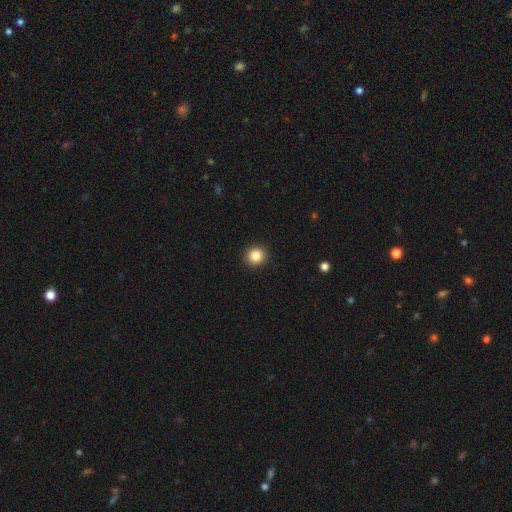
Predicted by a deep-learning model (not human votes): Morphology: type=smooth (86%); roundness=round (92%); merging=none (93%).